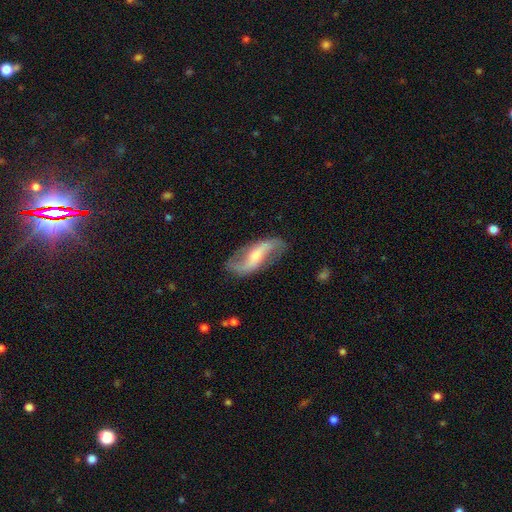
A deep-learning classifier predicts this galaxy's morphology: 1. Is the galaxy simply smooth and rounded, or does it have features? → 84% featured or disk, 11% smooth, 5% star or artifact.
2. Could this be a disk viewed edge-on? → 93% no, 7% yes.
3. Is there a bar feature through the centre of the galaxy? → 36% weak, 35% strong, 28% no.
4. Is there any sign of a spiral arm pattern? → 94% yes, 6% no.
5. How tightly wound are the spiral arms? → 73% loose, 20% medium, 7% tight.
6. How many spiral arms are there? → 93% 2, 3% can't tell, 2% 1, 1% 3, 1% 4, 1% more than 4.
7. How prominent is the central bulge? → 45% small, 44% moderate, 5% none, 5% large, 1% dominant.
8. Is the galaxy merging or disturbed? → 79% none, 14% minor disturbance, 6% major disturbance, 2% merger.